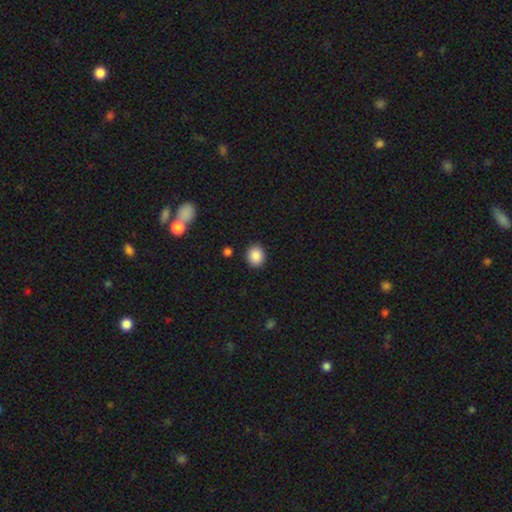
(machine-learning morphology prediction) A smooth galaxy with no disk features (88%) that is round (74%).

Vote fractions:
- Smooth or featured? smooth: 88% / star or artifact: 9% / featured or disk: 4%
- How rounded? round: 74% / in between: 25% / cigar-shaped: 1%
- Merging? none: 88% / minor disturbance: 7% / major disturbance: 2% / merger: 2%